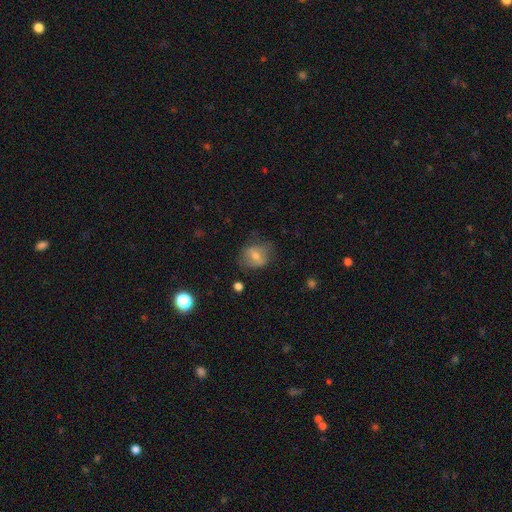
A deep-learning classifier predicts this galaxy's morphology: This is possibly a smooth galaxy (53%). How rounded: possibly round (55%). Merging: likely none (71%).